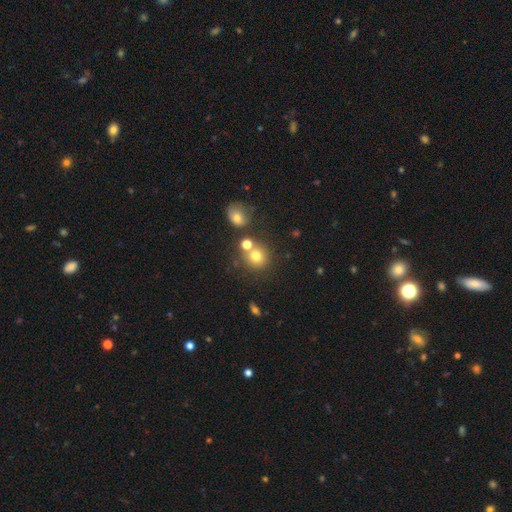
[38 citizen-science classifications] Smooth or featured: smooth — 82% (featured or disk — 11%)
How rounded: round — 81% (in between — 19%)
Merging: none — 54% (merger — 34%)